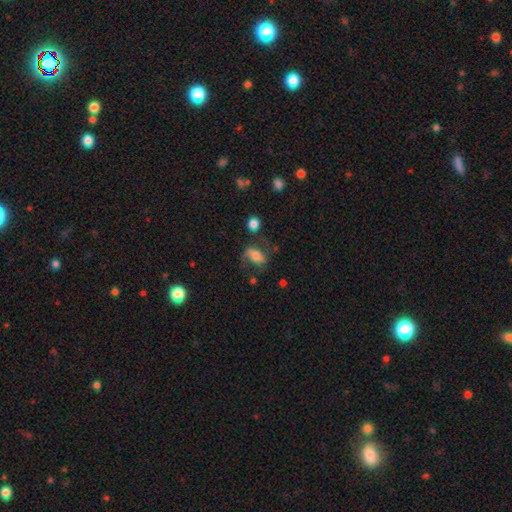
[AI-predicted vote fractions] The model was most divided on "smooth or featured": featured or disk: 48%, smooth: 42%, star or artifact: 10%. More confident: merging — none (53%).